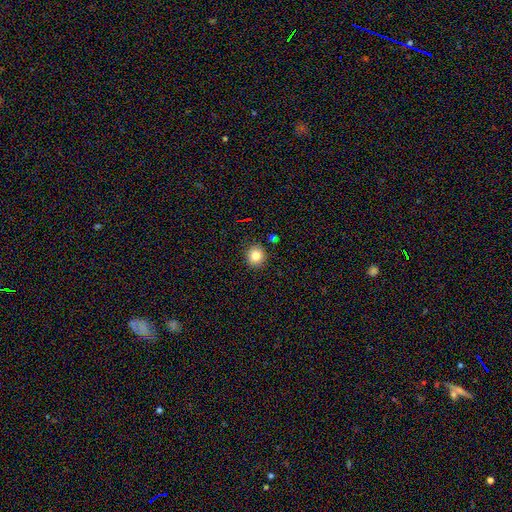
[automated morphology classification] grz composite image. It shows a smooth galaxy with no disk features (83%) that is round (86%). Merging: none (89%).